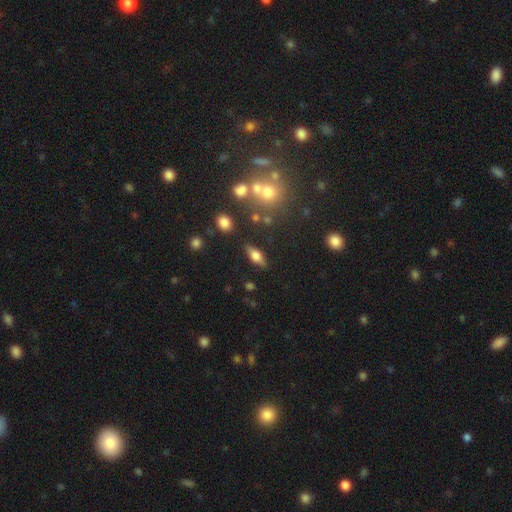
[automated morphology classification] A smooth galaxy with no disk features (48%).

Vote fractions:
- Smooth or featured? smooth: 48% / featured or disk: 42% / star or artifact: 10%
- Merging? none: 82% / minor disturbance: 11% / merger: 4% / major disturbance: 4%